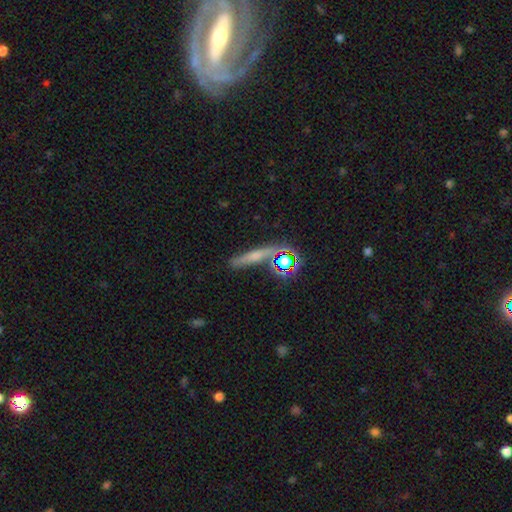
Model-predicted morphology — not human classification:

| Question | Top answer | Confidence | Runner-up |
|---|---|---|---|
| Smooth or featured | smooth | 48% | featured or disk (31%) |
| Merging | none | 78% | minor disturbance (13%) |